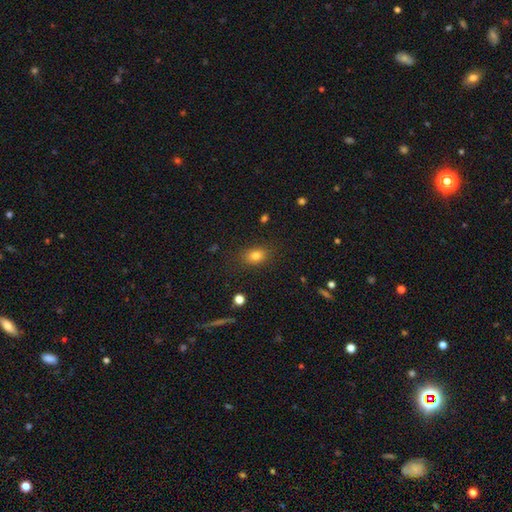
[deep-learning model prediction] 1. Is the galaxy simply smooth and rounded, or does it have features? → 80% smooth, 12% star or artifact, 8% featured or disk.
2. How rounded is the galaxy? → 71% in between, 28% round, 2% cigar-shaped.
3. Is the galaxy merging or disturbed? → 83% none, 12% minor disturbance, 4% major disturbance, 1% merger.